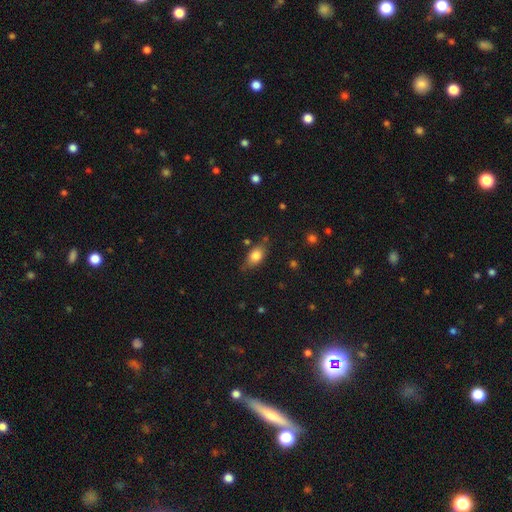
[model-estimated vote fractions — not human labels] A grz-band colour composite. It shows a smooth galaxy with no disk features (80%) that is in between round and cigar-shaped (84%). Merging: none (70%).